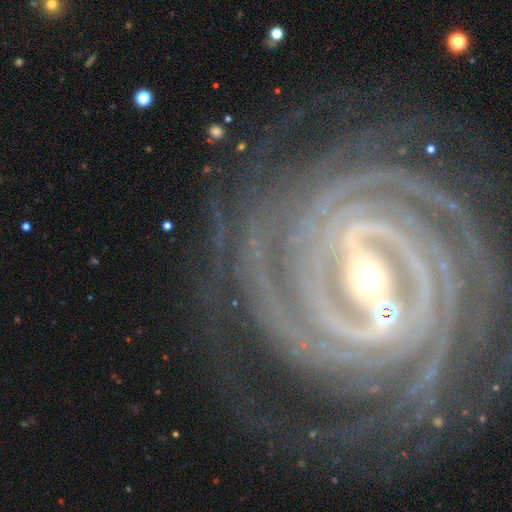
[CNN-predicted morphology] Overall: featured or disk (92%). Edge-on disk: no (97%). Bar: strong (62%; weak 24%). Spiral arms: yes (99%). Spiral arm count: 4 (23%; more than 4 19%). Spiral winding: tight (86%). Bulge size: small (59%; moderate 37%). Merging: none (73%).